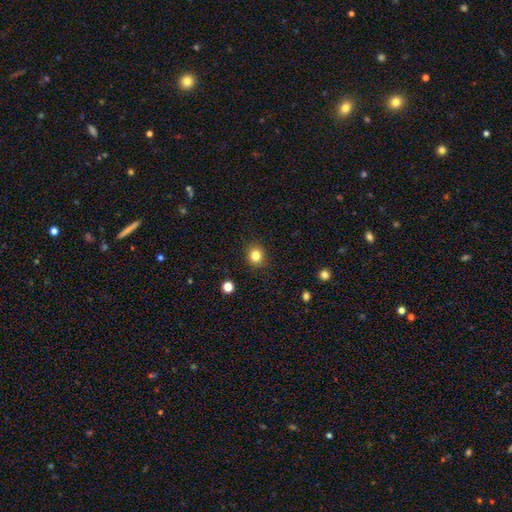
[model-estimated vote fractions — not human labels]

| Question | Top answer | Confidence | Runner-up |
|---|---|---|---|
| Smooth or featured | smooth | 83% | star or artifact (12%) |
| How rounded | round | 80% | in between (19%) |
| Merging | none | 90% | minor disturbance (7%) |